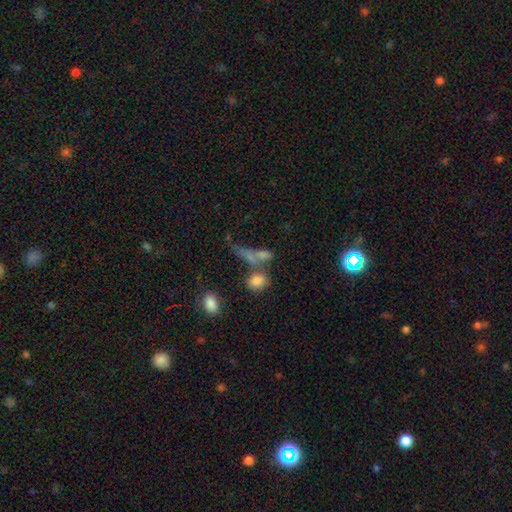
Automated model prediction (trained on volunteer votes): smooth 59%, featured or disk 21%, star or artifact 20%. Down the decision tree: how rounded — in between (45%); merging — merger (39%).